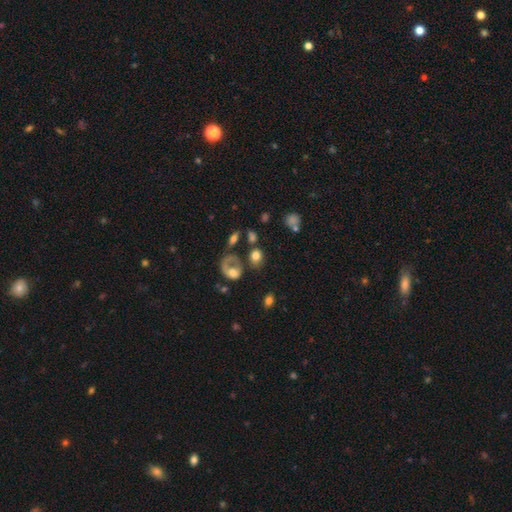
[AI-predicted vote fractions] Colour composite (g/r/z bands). It shows a smooth galaxy with no disk features (71%) that is round (49%, tied with in between). Merging: none (46%).